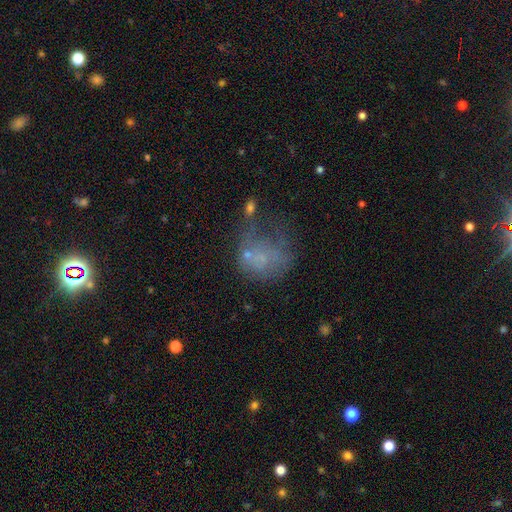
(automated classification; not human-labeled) The model was most divided on "merging": major disturbance: 39%, none: 28%, minor disturbance: 18%, merger: 14%. Remaining: smooth or featured — smooth (46%).